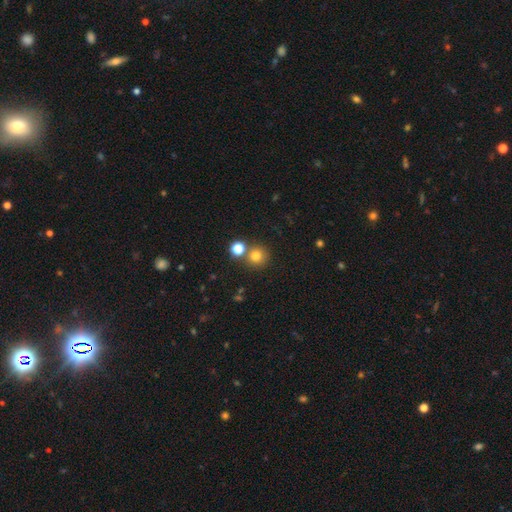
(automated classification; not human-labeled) Smooth or featured: smooth — 78% (star or artifact — 15%)
How rounded: round — 93% (in between — 6%)
Merging: none — 73% (merger — 17%)